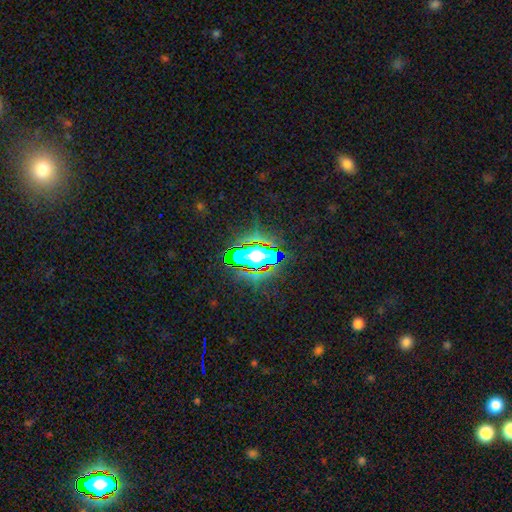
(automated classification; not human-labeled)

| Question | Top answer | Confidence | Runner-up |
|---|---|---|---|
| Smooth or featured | star or artifact | 56% | smooth (26%) |